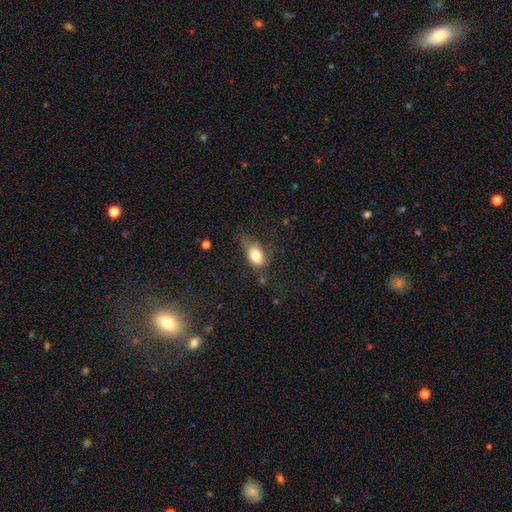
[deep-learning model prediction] Smooth or featured? smooth (76%)
How rounded? in between (75%)
Merging? none (41%)